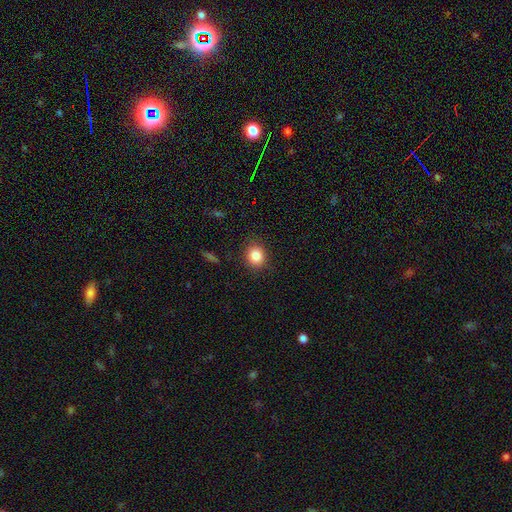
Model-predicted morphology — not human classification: This appears to be a smooth galaxy with no disk features (84%) that is round (72%). Merging: none (87%).